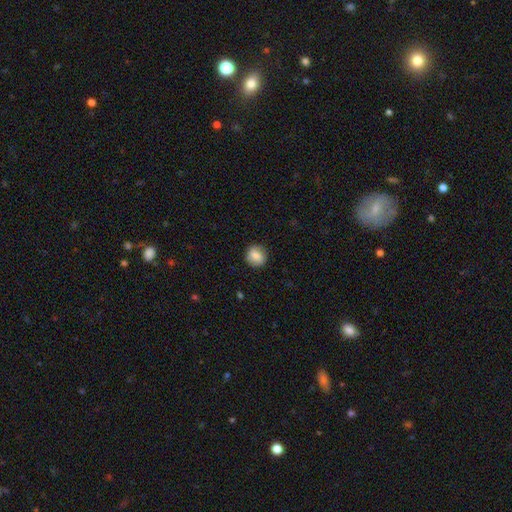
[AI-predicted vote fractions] A smooth galaxy with no disk features (81%) that is round (81%).

Vote fractions:
- Smooth or featured? smooth: 81% / featured or disk: 10% / star or artifact: 8%
- How rounded? round: 81% / in between: 18% / cigar-shaped: 1%
- Merging? none: 86% / minor disturbance: 10% / major disturbance: 3% / merger: 1%